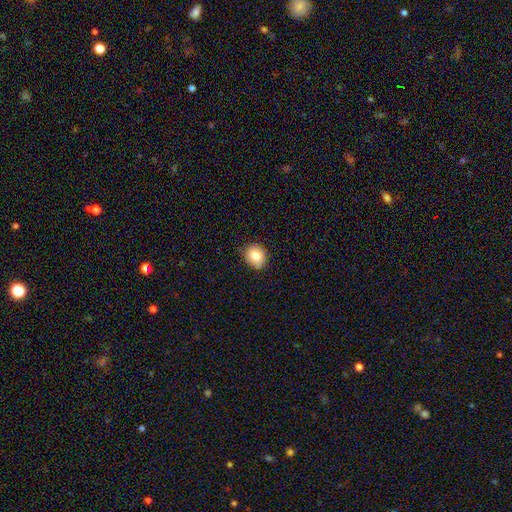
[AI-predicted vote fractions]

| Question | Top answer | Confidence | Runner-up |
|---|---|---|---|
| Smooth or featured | smooth | 81% | star or artifact (9%) |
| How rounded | round | 72% | in between (28%) |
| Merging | none | 77% | minor disturbance (19%) |